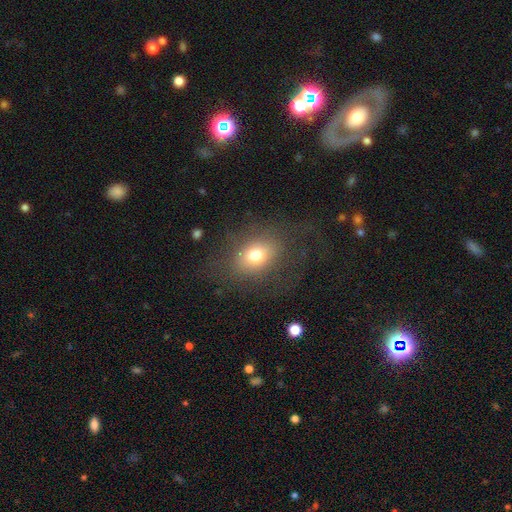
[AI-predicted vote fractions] This appears to be a smooth galaxy with no disk features (72%) that is in between round and cigar-shaped (61%). Merging: none (68%).